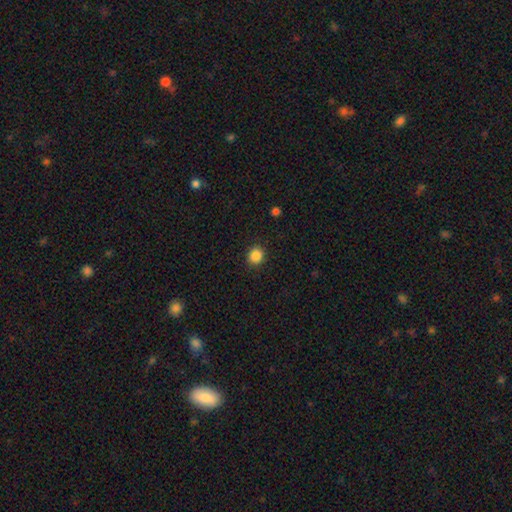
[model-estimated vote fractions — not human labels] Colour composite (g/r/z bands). It shows a smooth galaxy with no disk features (87%) that is round (86%). Merging: none (91%).